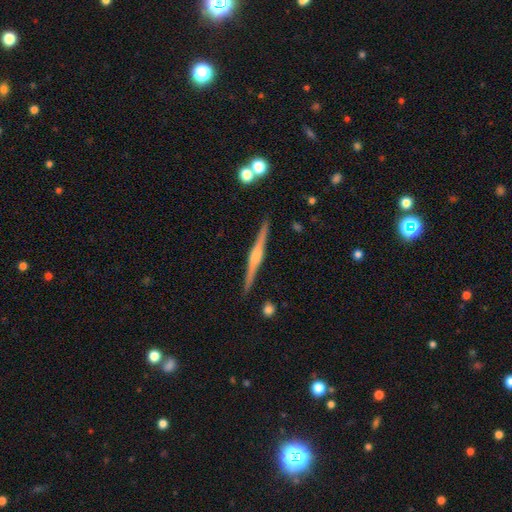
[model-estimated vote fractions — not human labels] This is likely a featured or disk galaxy (79%). It is clearly viewed edge-on (98%). Edge-on bulge: likely rounded (70%). Merging: clearly none (91%).